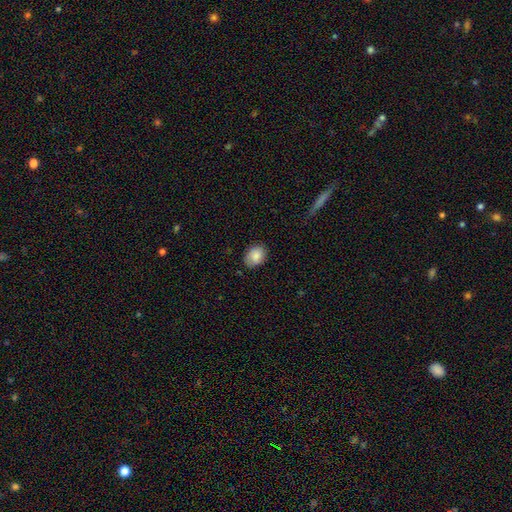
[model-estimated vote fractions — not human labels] A smooth galaxy with no disk features (84%) that is in between round and cigar-shaped (64%).

Vote fractions:
- Smooth or featured? smooth: 84% / featured or disk: 9% / star or artifact: 7%
- How rounded? in between: 64% / round: 35% / cigar-shaped: 1%
- Merging? none: 79% / minor disturbance: 17% / major disturbance: 3% / merger: 1%